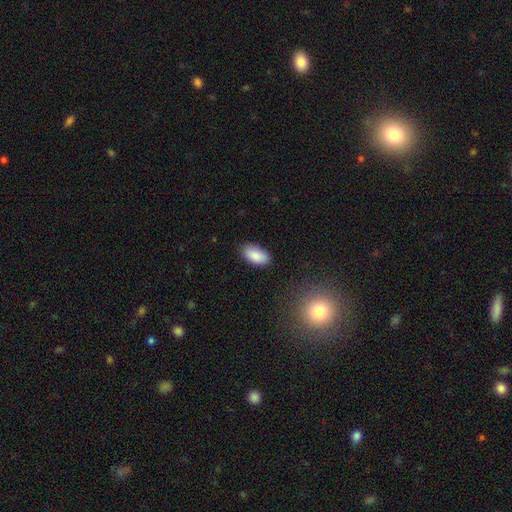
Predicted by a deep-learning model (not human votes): Smooth or featured: smooth — 88% (star or artifact — 7%)
How rounded: in between — 94% (cigar-shaped — 4%)
Merging: none — 84% (minor disturbance — 12%)